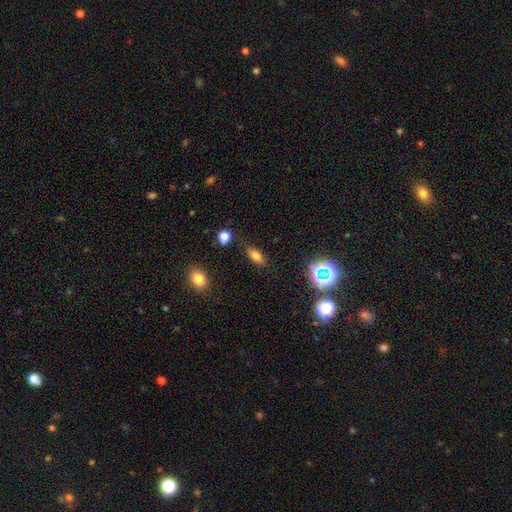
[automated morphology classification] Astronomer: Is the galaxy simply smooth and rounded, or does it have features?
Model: smooth — 74%.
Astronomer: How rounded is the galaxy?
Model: in between — 82%.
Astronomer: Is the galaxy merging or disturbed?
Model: none — 81%.